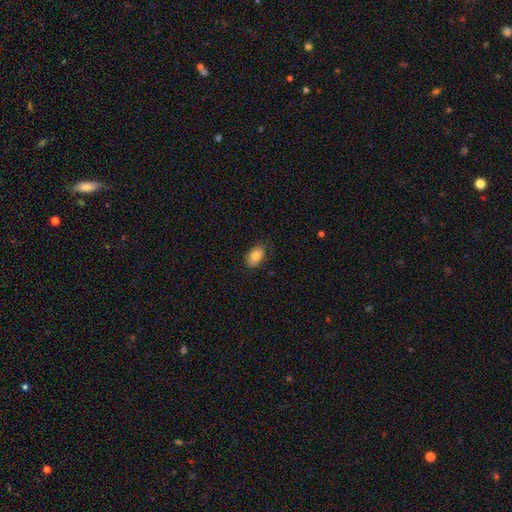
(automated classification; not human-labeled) This appears to be a smooth galaxy with no disk features (83%) that is in between round and cigar-shaped (91%). Merging: none (80%).